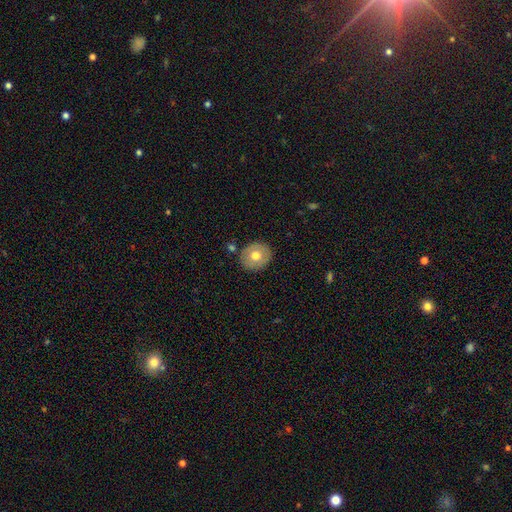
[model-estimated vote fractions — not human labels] Smooth or featured: smooth — 66% (featured or disk — 27%)
How rounded: round — 77% (in between — 22%)
Merging: none — 84% (minor disturbance — 10%)